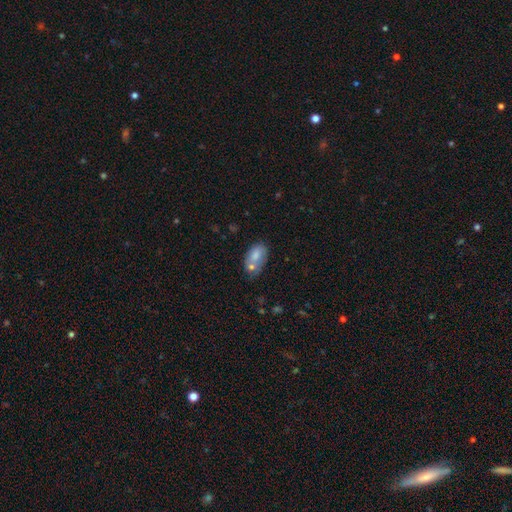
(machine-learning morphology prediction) Smooth or featured: smooth — 74% (featured or disk — 19%)
How rounded: in between — 90% (round — 8%)
Merging: none — 43% (merger — 32%)